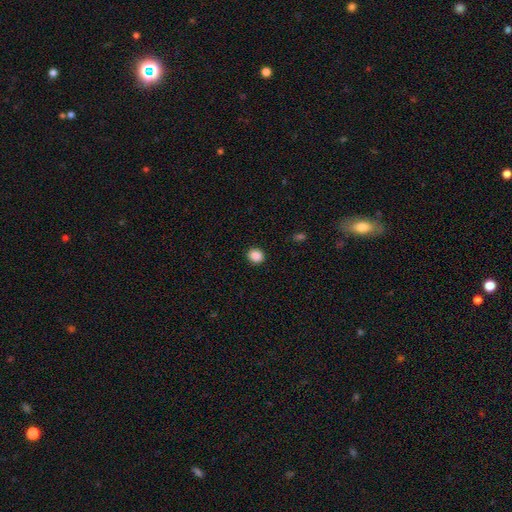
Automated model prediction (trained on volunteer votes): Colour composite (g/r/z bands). It shows a smooth galaxy with no disk features (88%) that is round (74%). Merging: none (91%).